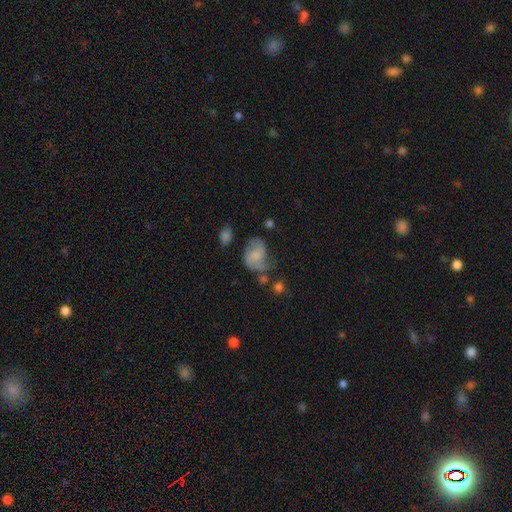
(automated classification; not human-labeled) smooth 49%, featured or disk 41%, star or artifact 10%. Down the decision tree: merging — none (38%).